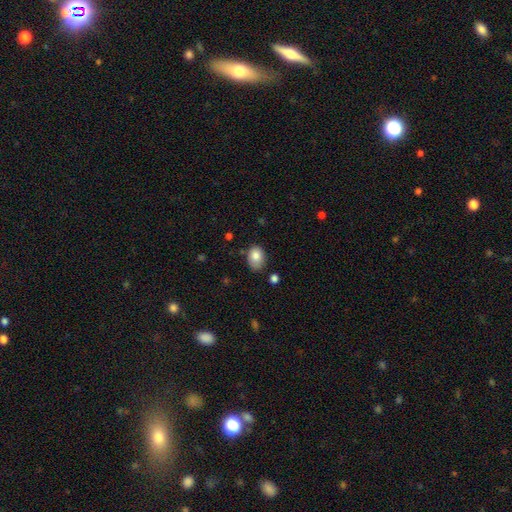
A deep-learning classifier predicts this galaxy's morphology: Smooth or featured? smooth (83%)
How rounded? in between (70%)
Merging? none (66%)